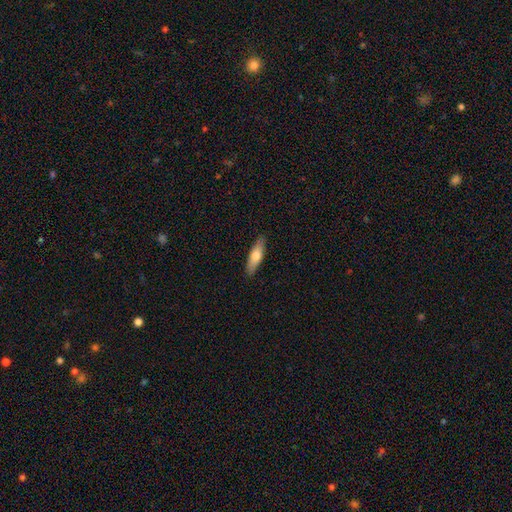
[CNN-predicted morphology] The model was most divided on "how rounded": cigar-shaped: 52%, in between: 46%, round: 2%. More confident: merging — none (88%); smooth or featured — smooth (66%).